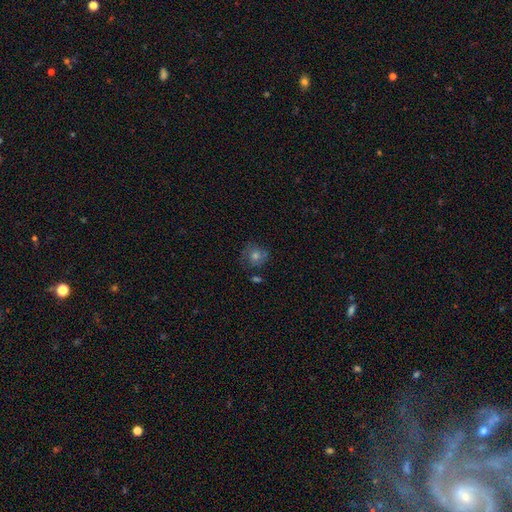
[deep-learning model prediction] Overall: smooth (47%; featured or disk 35%). Merging: none (72%).